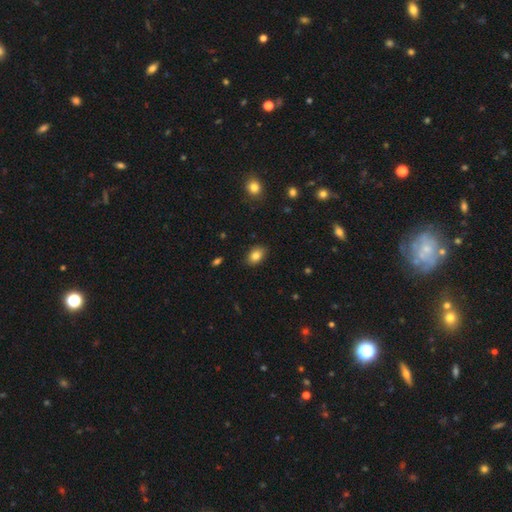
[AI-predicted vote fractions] Smooth or featured: smooth — 84% (star or artifact — 9%)
How rounded: in between — 82% (round — 17%)
Merging: none — 86% (minor disturbance — 11%)